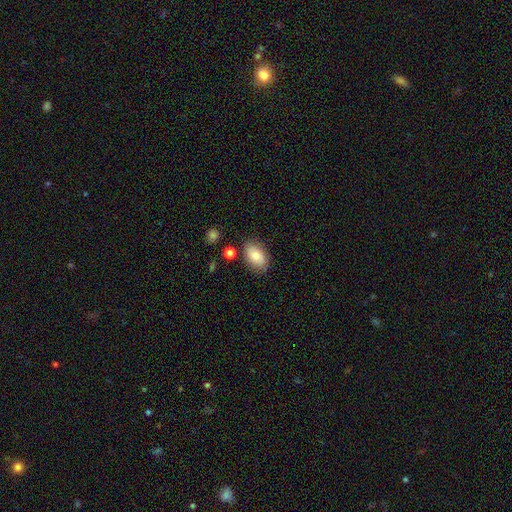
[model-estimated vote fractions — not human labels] Smooth or featured: smooth — 82% (featured or disk — 11%)
How rounded: in between — 91% (round — 7%)
Merging: none — 80% (minor disturbance — 13%)